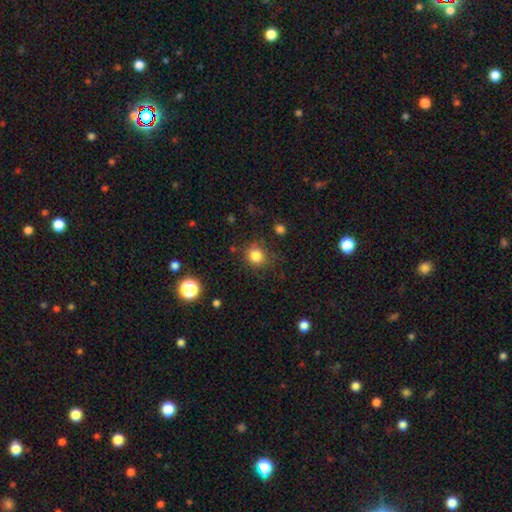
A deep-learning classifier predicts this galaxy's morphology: Overall: smooth (82%). How rounded: round (86%). Merging: none (78%).